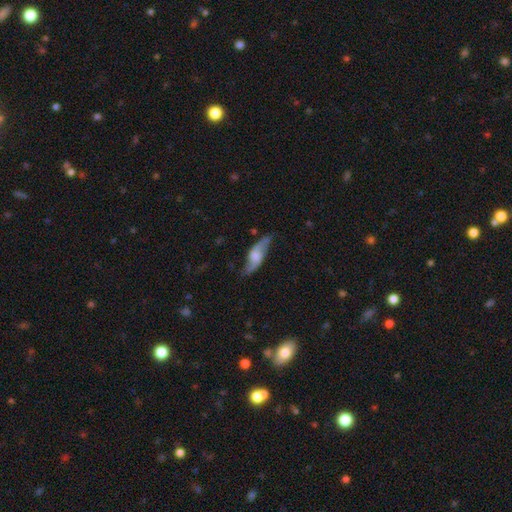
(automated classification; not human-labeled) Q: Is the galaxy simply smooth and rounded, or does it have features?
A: featured or disk — 68%.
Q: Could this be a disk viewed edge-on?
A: no — 80%.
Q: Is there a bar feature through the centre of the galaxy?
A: no — 56%.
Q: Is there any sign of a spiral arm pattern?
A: yes — 91%.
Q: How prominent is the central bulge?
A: moderate — 35%.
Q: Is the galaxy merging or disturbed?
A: none — 71%.